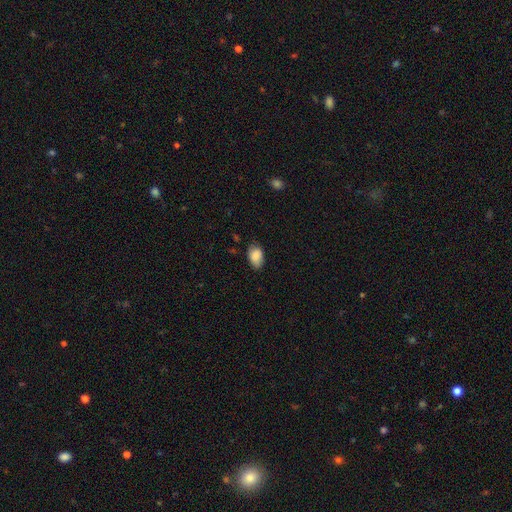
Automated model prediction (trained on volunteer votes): Smooth or featured?
  - smooth: 88% *
  - star or artifact: 7%
  - featured or disk: 5%
How rounded?
  - in between: 89% *
  - round: 10%
  - cigar-shaped: 1%
Merging?
  - none: 75% *
  - minor disturbance: 20%
  - major disturbance: 3%
  - merger: 1%